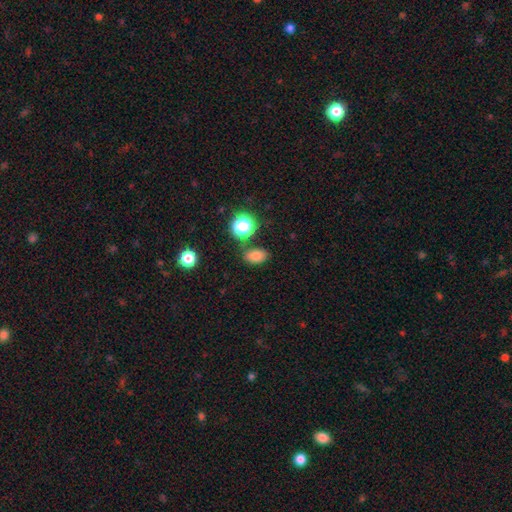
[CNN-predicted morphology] smooth-or-featured: smooth: 77% | star or artifact: 17% | featured or disk: 6%
  how-rounded: in between: 79% | round: 20% | cigar-shaped: 2%
  merging: none: 75% | minor disturbance: 13% | merger: 7% | major disturbance: 4%